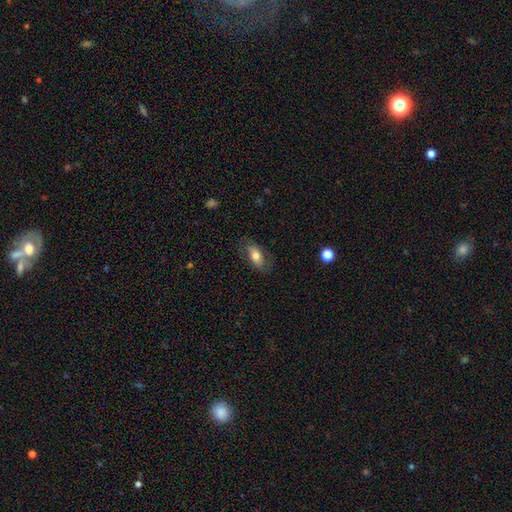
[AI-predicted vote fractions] smooth_or_featured: smooth (p=0.68) [alt: featured or disk p=0.25]
how_rounded: in between (p=0.86) [alt: cigar-shaped p=0.10]
merging: none (p=0.74) [alt: minor disturbance p=0.18]